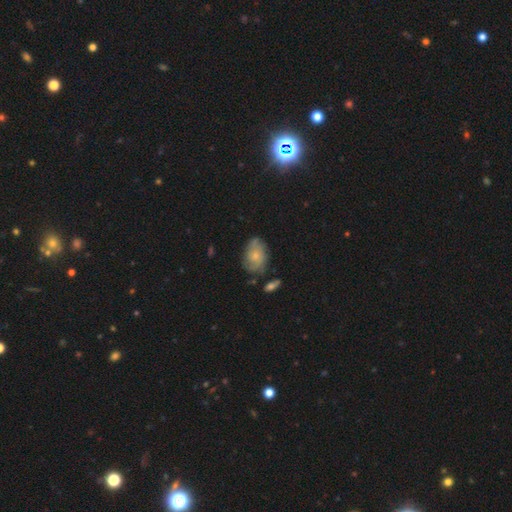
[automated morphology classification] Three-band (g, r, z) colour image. It shows a smooth galaxy with no disk features (51%) that is in between round and cigar-shaped (74%). Merging: none (62%).